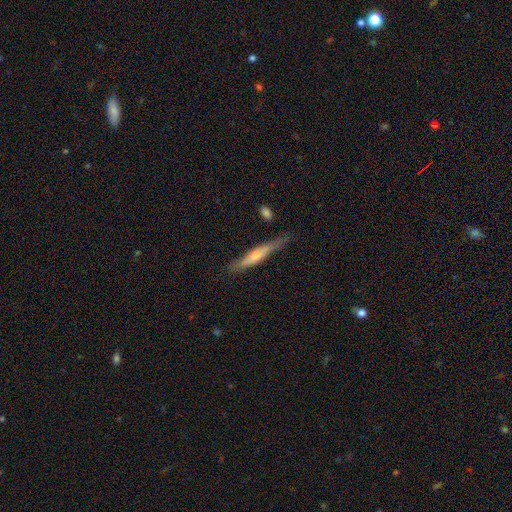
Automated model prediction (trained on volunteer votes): Overall: smooth (48%; featured or disk 47%). Merging: none (73%).